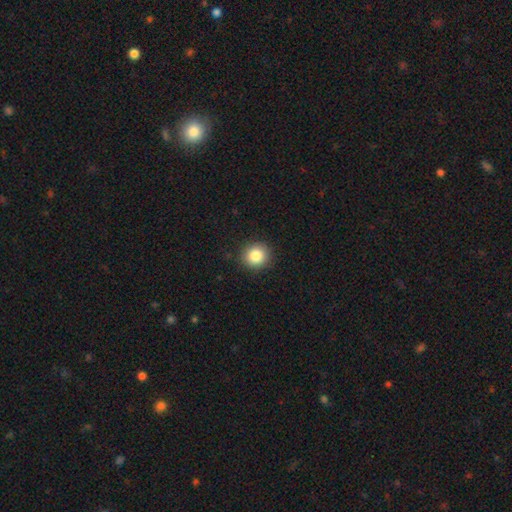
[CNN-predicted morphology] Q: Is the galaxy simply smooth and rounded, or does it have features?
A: smooth — 86%.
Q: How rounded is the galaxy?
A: round — 91%.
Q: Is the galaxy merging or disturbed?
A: none — 91%.